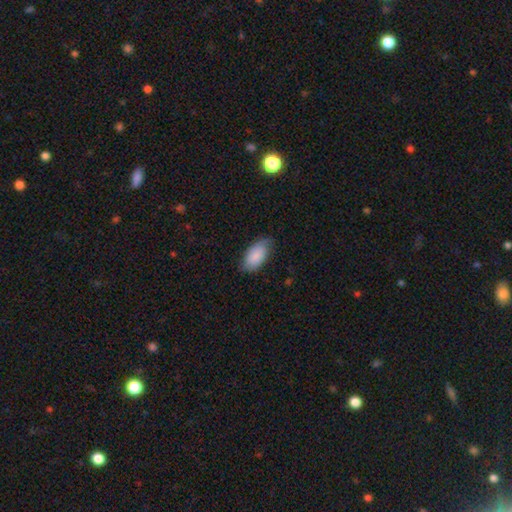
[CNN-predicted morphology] A smooth galaxy with no disk features (80%) that is in between round and cigar-shaped (95%).

Vote fractions:
- Smooth or featured? smooth: 80% / featured or disk: 14% / star or artifact: 6%
- How rounded? in between: 95% / round: 3% / cigar-shaped: 3%
- Merging? none: 67% / minor disturbance: 27% / major disturbance: 5% / merger: 1%